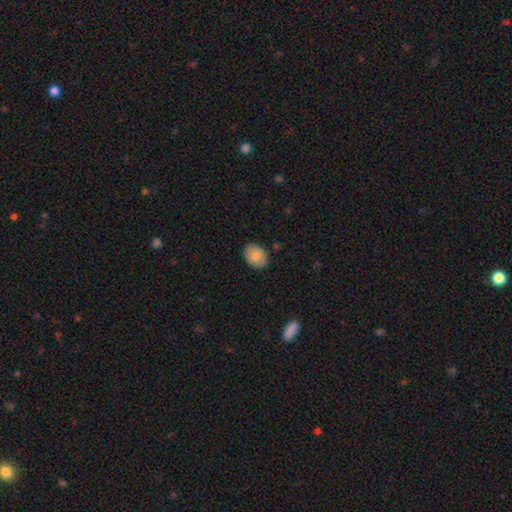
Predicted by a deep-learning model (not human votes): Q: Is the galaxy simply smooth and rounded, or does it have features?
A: smooth — 83%.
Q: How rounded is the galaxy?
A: in between — 65%.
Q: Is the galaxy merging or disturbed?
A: none — 86%.